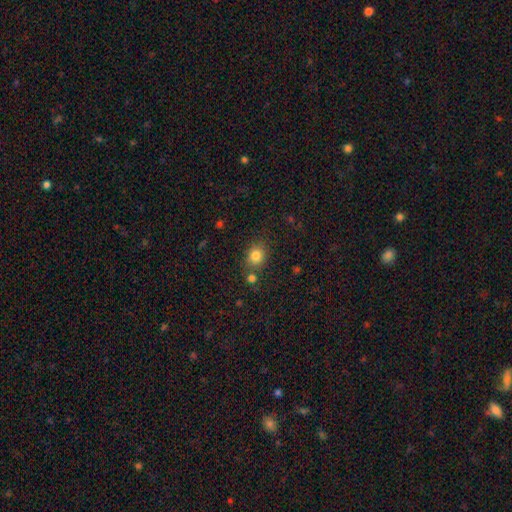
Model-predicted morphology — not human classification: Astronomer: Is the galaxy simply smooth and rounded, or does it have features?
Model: smooth — 81%.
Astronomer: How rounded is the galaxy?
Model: round — 64%.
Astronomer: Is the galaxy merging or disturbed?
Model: none — 74%.